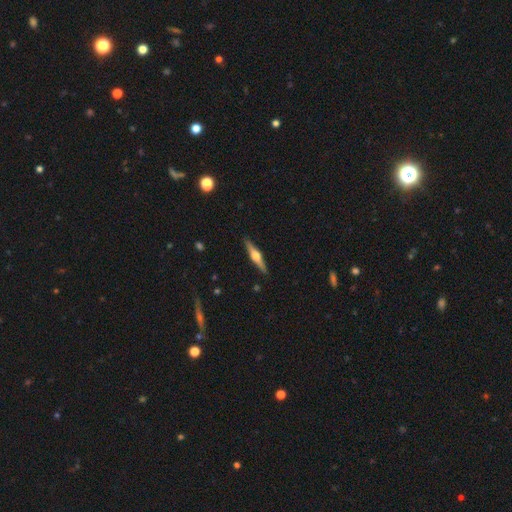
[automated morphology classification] Smooth or featured? featured or disk (74%)
Edge-on disk? yes (98%)
Edge-on bulge? rounded (94%)
Merging? none (91%)